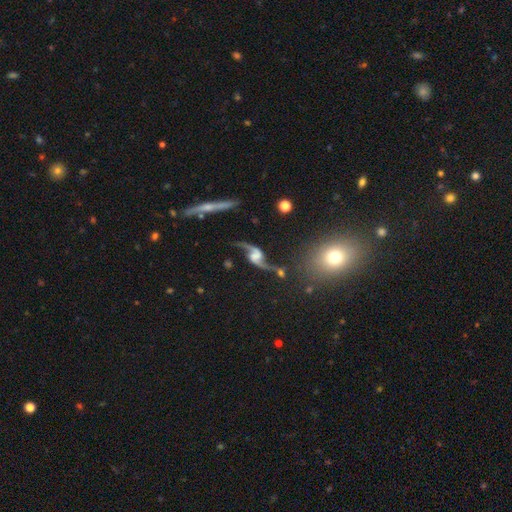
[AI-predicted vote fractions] Q: Smooth or featured?
A: featured or disk (89%); runner-up: star or artifact (6%)
Q: Edge-on disk?
A: no (95%); runner-up: yes (5%)
Q: Bar?
A: no (46%); runner-up: weak (40%)
Q: Spiral arms?
A: yes (97%); runner-up: no (3%)
Q: Spiral winding?
A: loose (90%); runner-up: medium (8%)
Q: Spiral arm count?
A: 2 (94%); runner-up: 1 (2%)
Q: Bulge size?
A: none (35%); runner-up: moderate (22%)
Q: Merging?
A: none (70%); runner-up: minor disturbance (15%)